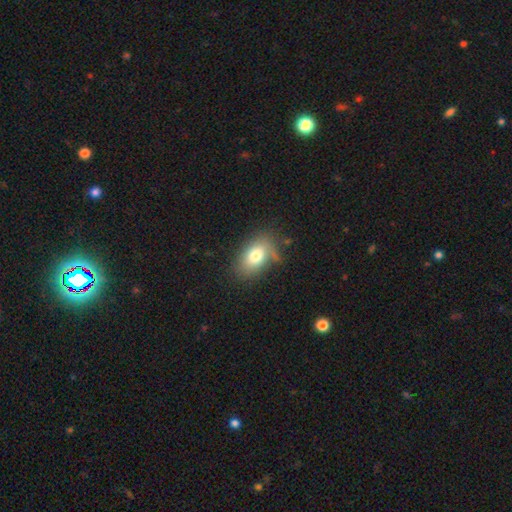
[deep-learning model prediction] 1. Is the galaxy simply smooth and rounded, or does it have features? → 77% smooth, 14% featured or disk, 9% star or artifact.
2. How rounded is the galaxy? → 87% in between, 11% round, 2% cigar-shaped.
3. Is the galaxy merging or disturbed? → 67% none, 21% minor disturbance, 8% major disturbance, 4% merger.